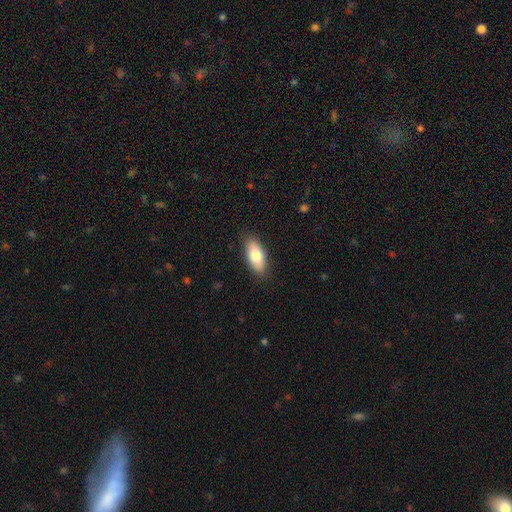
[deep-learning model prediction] Morphology: type=smooth (78%); roundness=in between (86%); merging=none (87%).